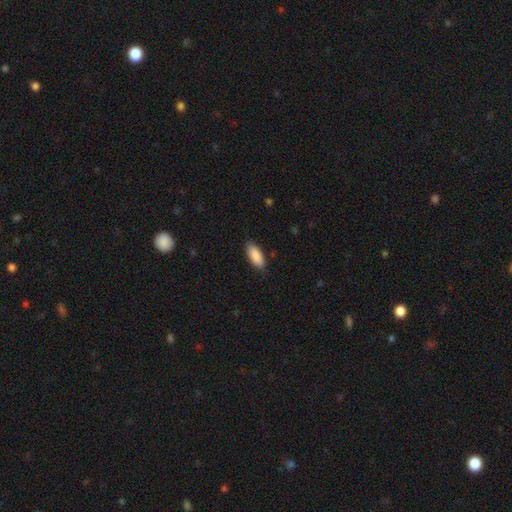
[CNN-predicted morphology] smooth-or-featured: smooth: 89% | star or artifact: 6% | featured or disk: 5%
  how-rounded: in between: 83% | cigar-shaped: 16% | round: 2%
  merging: none: 86% | minor disturbance: 11% | major disturbance: 2% | merger: 1%